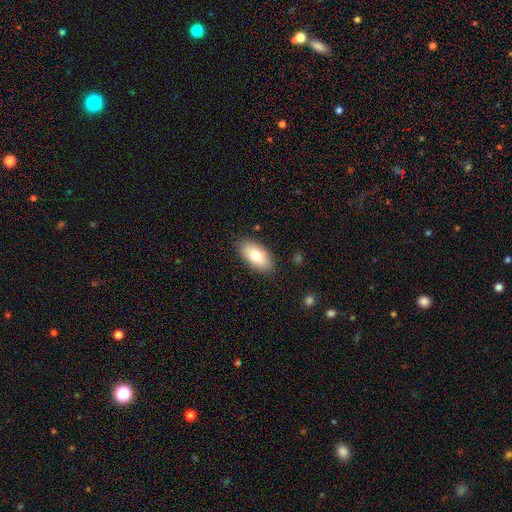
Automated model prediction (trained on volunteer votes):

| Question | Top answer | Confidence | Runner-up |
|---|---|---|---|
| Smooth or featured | smooth | 78% | featured or disk (15%) |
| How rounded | in between | 93% | cigar-shaped (4%) |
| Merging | none | 86% | minor disturbance (11%) |